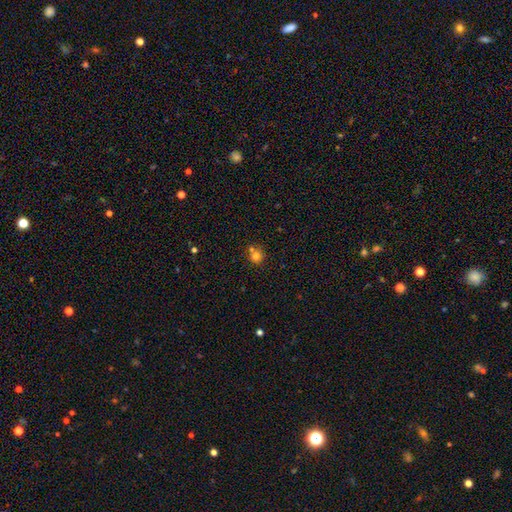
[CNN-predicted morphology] The model was most divided on "merging": none: 57%, merger: 31%, minor disturbance: 9%, major disturbance: 3%. More confident: how rounded — round (88%); smooth or featured — smooth (76%).